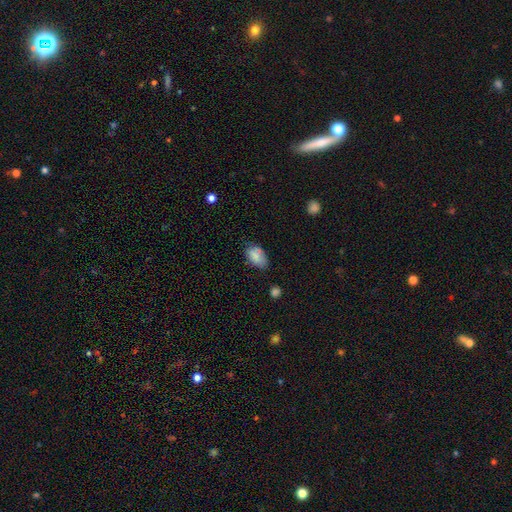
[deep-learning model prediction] Smooth or featured: smooth — 83% (featured or disk — 9%)
How rounded: in between — 91% (round — 7%)
Merging: none — 57% (minor disturbance — 34%)